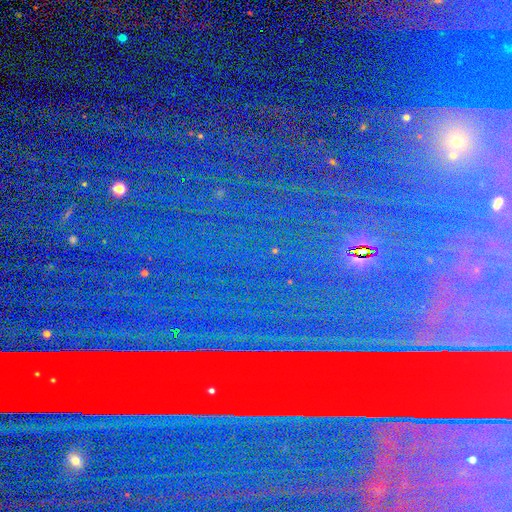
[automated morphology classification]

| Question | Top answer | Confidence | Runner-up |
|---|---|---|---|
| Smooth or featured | star or artifact | 80% | smooth (11%) |